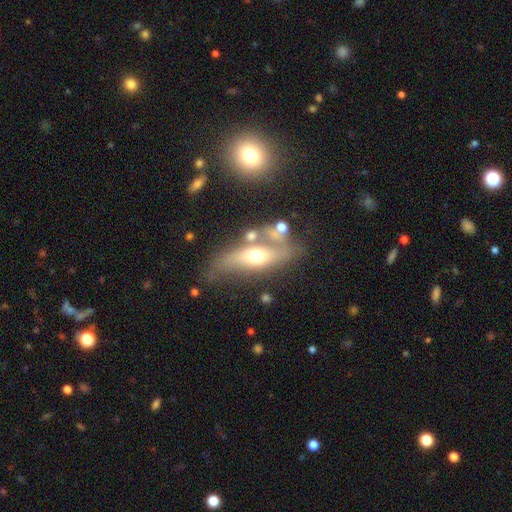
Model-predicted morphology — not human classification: Smooth or featured?
  - featured or disk: 51% *
  - smooth: 40%
  - star or artifact: 9%
Edge-on disk?
  - no: 58% *
  - yes: 42%
Merging?
  - none: 49% *
  - minor disturbance: 22%
  - merger: 15%
  - major disturbance: 14%